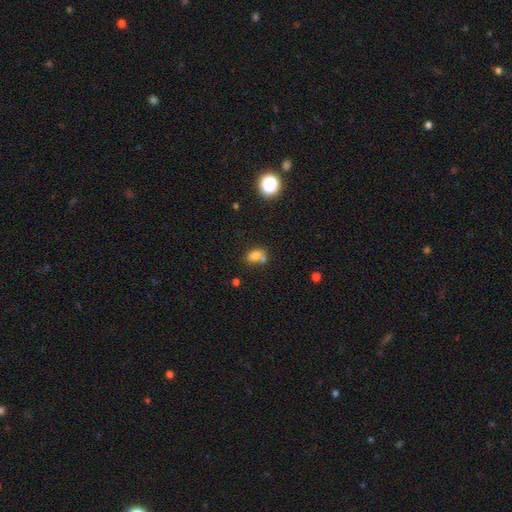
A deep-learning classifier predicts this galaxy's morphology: Smooth or featured? smooth (75%)
How rounded? in between (68%)
Merging? none (43%)